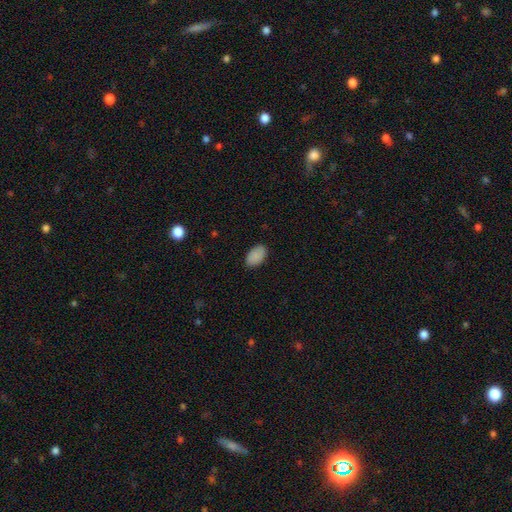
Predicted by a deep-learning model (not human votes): This appears to be a smooth galaxy with no disk features (90%) that is in between round and cigar-shaped (94%). Merging: none (87%).